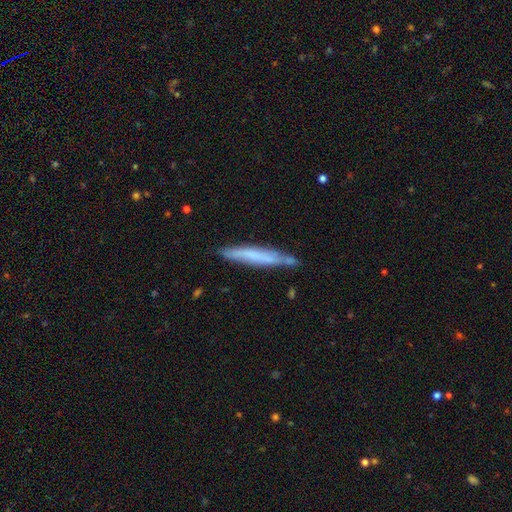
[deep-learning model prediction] A smooth galaxy with no disk features (56%) that is cigar-shaped (94%). Merging: none (74%).